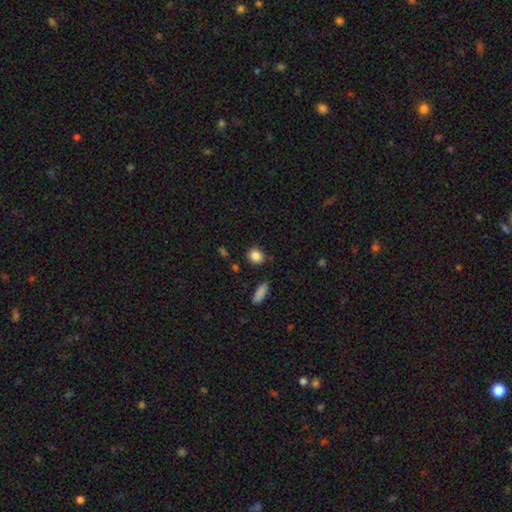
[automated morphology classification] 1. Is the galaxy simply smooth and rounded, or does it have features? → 87% smooth, 9% star or artifact, 4% featured or disk.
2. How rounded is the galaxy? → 66% round, 33% in between, 2% cigar-shaped.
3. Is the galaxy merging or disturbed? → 82% none, 12% minor disturbance, 3% merger, 3% major disturbance.